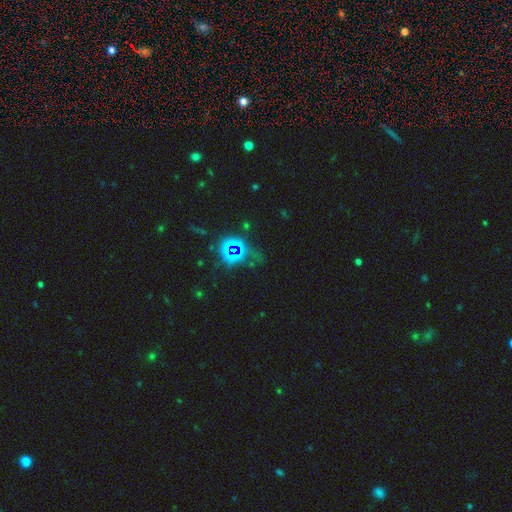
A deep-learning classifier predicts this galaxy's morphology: type=star or artifact (68%).